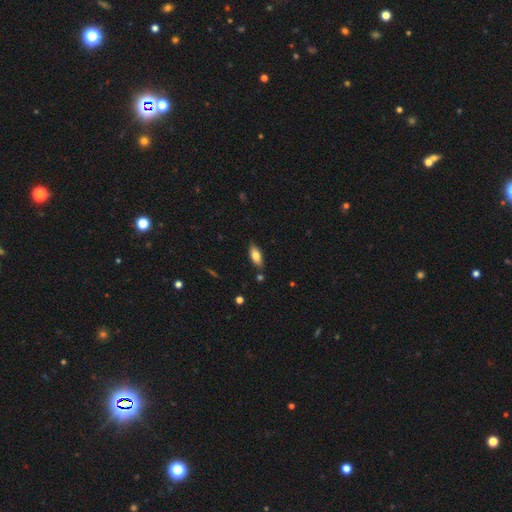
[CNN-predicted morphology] smooth_or_featured: smooth (p=0.77) [alt: featured or disk p=0.16]
how_rounded: in between (p=0.83) [alt: cigar-shaped p=0.15]
merging: none (p=0.83) [alt: minor disturbance p=0.13]